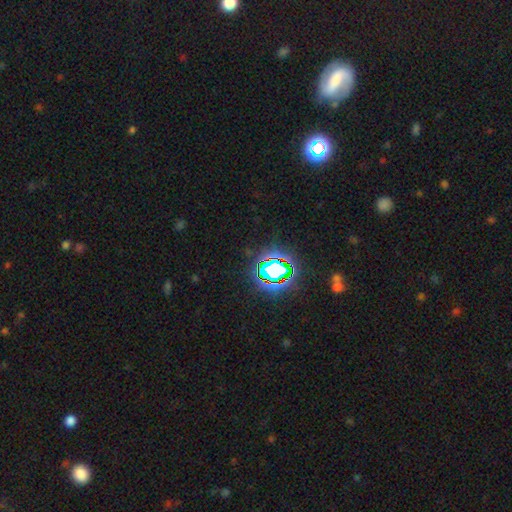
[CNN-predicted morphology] Smooth or featured: star or artifact — 77% (smooth — 15%)